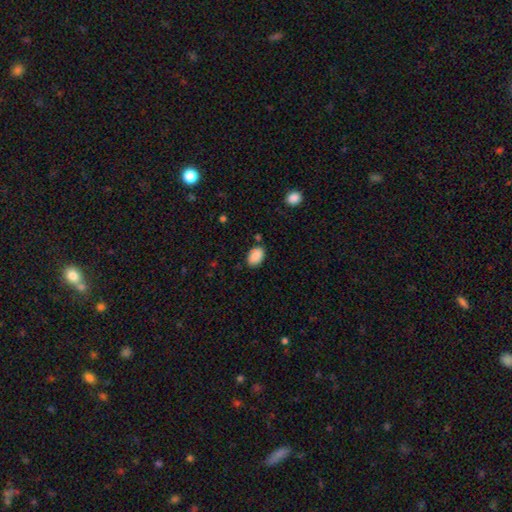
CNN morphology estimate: Smooth or featured? Predicted: smooth (p=0.88). How rounded? Predicted: in between (p=0.88). Merging? Predicted: none (p=0.79).